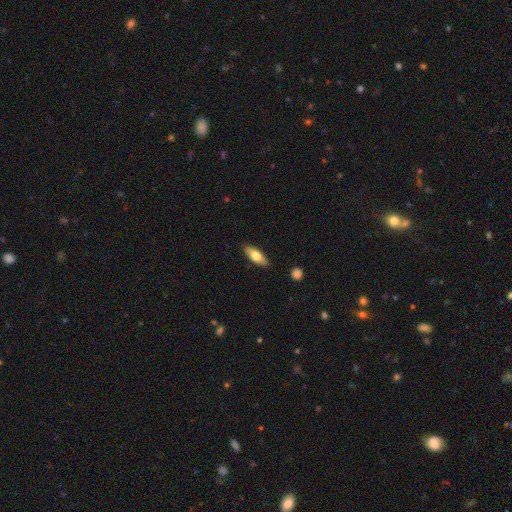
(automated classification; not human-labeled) Overall: smooth (67%; featured or disk 28%). How rounded: in between (69%). Merging: none (87%).